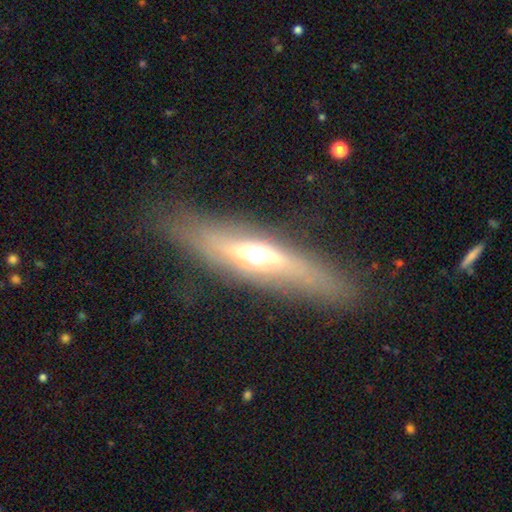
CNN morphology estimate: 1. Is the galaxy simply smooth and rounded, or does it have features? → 65% featured or disk, 28% smooth, 8% star or artifact.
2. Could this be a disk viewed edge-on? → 77% yes, 23% no.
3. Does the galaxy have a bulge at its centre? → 85% rounded, 9% none, 6% boxy.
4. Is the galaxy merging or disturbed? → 79% none, 13% minor disturbance, 6% major disturbance, 2% merger.